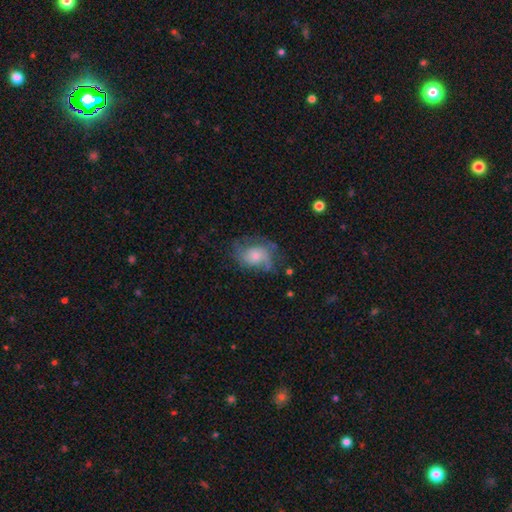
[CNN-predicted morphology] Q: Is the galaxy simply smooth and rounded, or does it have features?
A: featured or disk — 56%.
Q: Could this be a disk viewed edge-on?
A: no — 97%.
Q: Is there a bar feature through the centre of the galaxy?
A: no — 75%.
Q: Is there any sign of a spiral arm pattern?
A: yes — 80%.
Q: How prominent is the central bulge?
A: small — 41%.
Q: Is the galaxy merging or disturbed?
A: none — 52%.